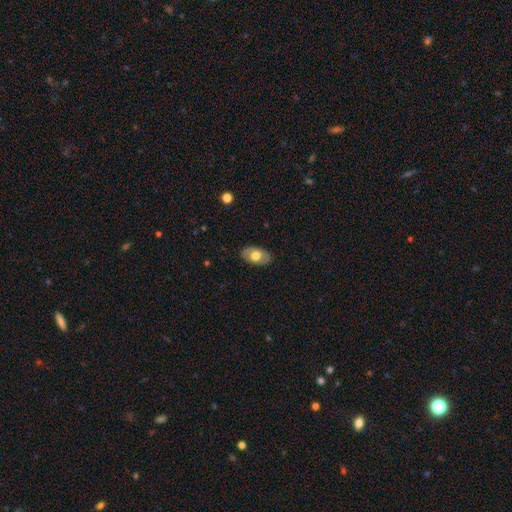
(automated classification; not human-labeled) Morphology: type=smooth (55%); roundness=in between (90%); merging=none (84%).